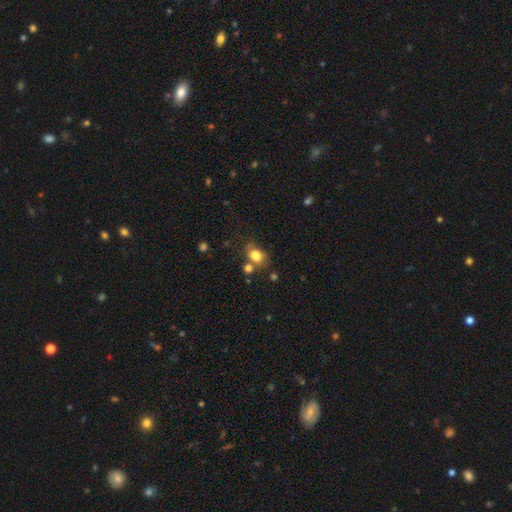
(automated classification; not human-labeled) This is likely a smooth galaxy (79%). How rounded: likely in between (65%). Merging: possibly none (54%).